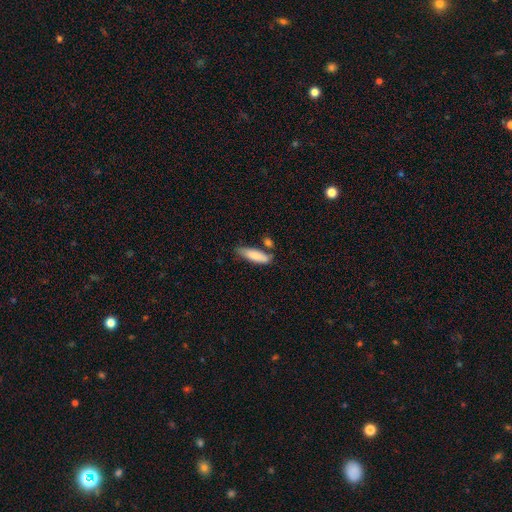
Overall: smooth (100%). How rounded: in between (49%, tied with cigar-shaped). Merging: minor disturbance (51%; none 44%).